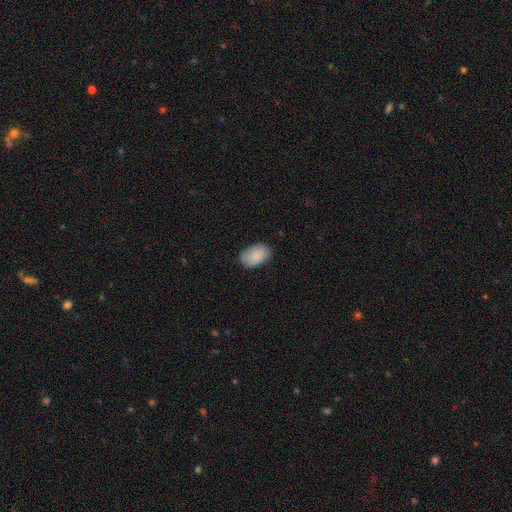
This appears to be a smooth galaxy with no disk features (92%) that is in between round and cigar-shaped (89%). Merging: none (76%).